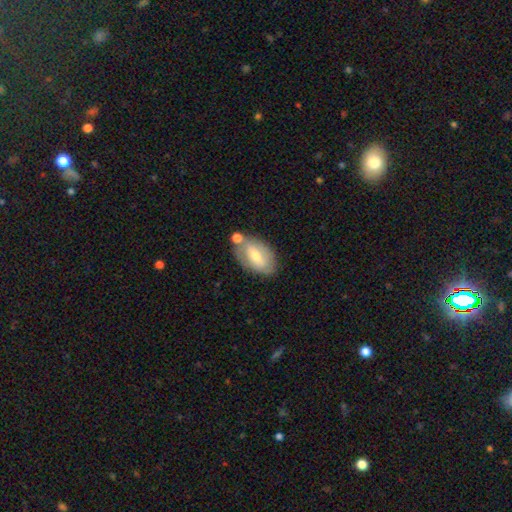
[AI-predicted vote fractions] The model was most divided on "smooth or featured": smooth: 50%, featured or disk: 43%, star or artifact: 7%. More confident: how rounded — in between (89%); merging — none (59%).